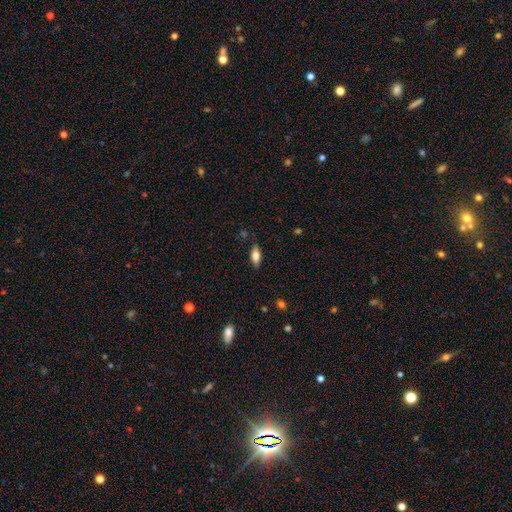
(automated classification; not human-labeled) smooth-or-featured: smooth: 64% | featured or disk: 28% | star or artifact: 7%
  how-rounded: in between: 74% | cigar-shaped: 23% | round: 3%
  merging: none: 81% | minor disturbance: 14% | major disturbance: 3% | merger: 2%